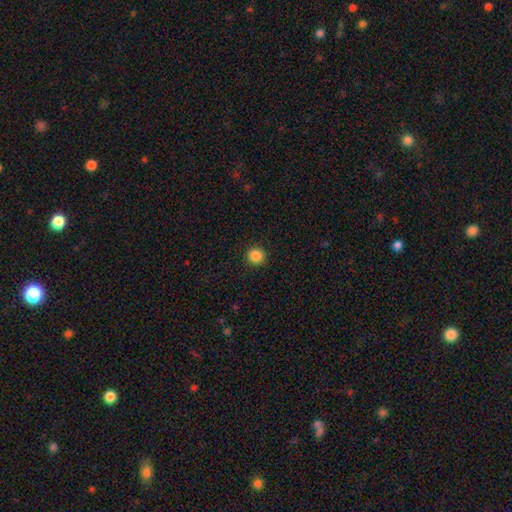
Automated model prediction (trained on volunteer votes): Smooth or featured? Predicted: smooth (p=0.87). How rounded? Predicted: round (p=0.94). Merging? Predicted: none (p=0.93).